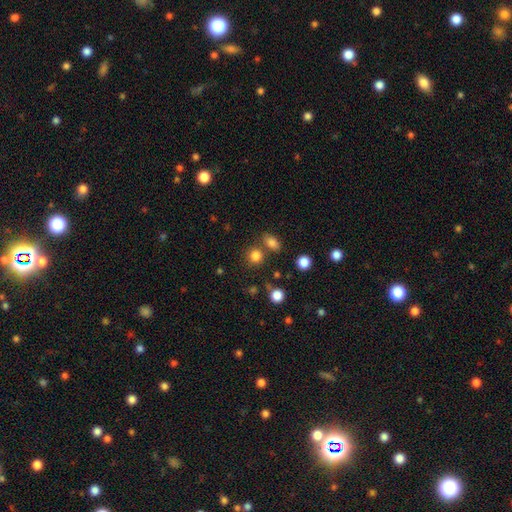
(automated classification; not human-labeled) A smooth galaxy with no disk features (81%) that is round (85%). Merging: none (71%).